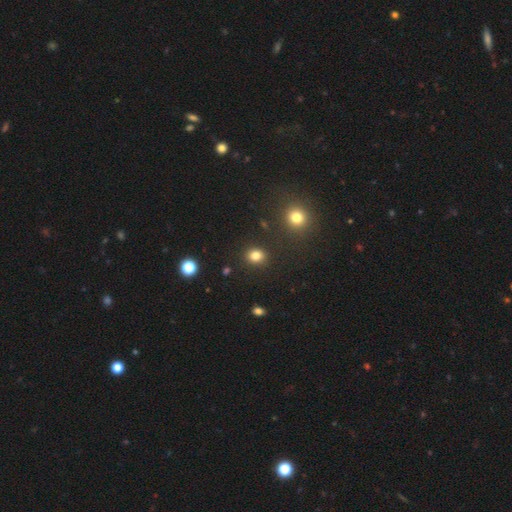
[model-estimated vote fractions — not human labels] Overall: smooth (81%). How rounded: round (65%; in between 34%). Merging: none (88%).